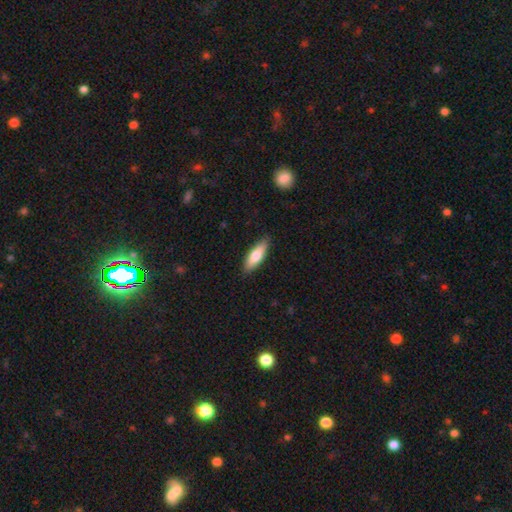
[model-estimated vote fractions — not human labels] smooth_or_featured: smooth (p=0.72) [alt: featured or disk p=0.22]
how_rounded: in between (p=0.49) [tied with: cigar-shaped p=0.49]
merging: none (p=0.87) [alt: minor disturbance p=0.10]